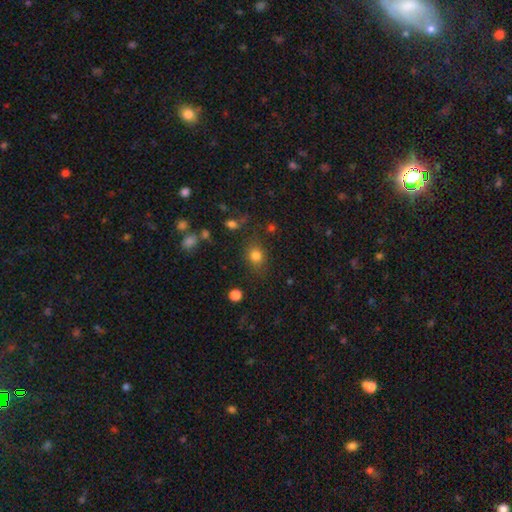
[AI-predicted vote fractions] The model was most divided on "how rounded": round: 67%, in between: 32%, cigar-shaped: 1%. More confident: smooth or featured — smooth (80%); merging — none (78%).